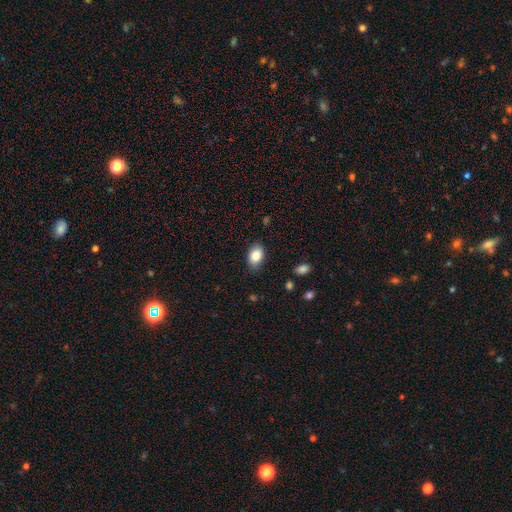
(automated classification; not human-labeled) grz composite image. It shows a smooth galaxy with no disk features (87%) that is in between round and cigar-shaped (85%). Merging: none (82%).